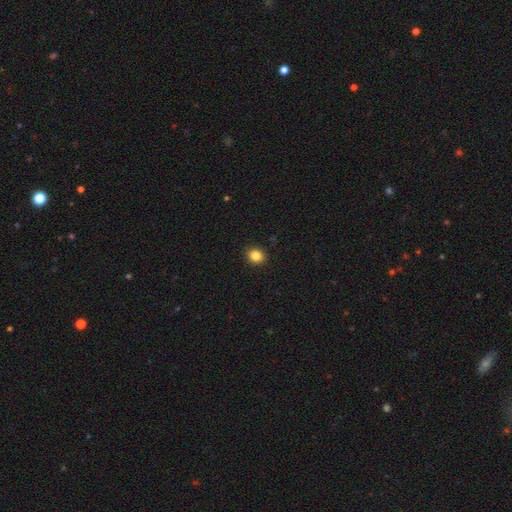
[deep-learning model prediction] The model was most divided on "how rounded": round: 64%, in between: 35%, cigar-shaped: 1%. More confident: merging — none (92%); smooth or featured — smooth (86%).